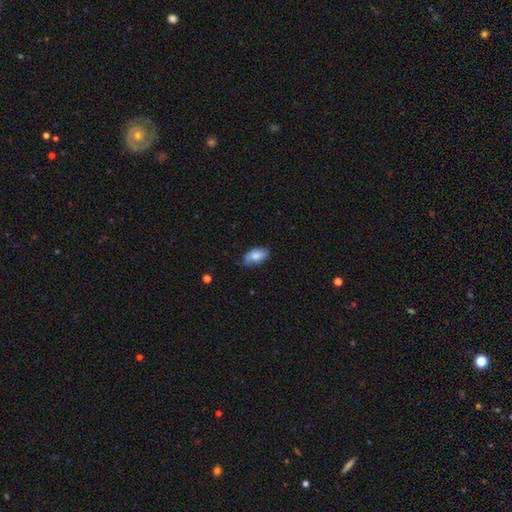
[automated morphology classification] smooth 77%, featured or disk 16%, star or artifact 7%. Down the decision tree: how rounded — in between (93%); merging — none (59%).